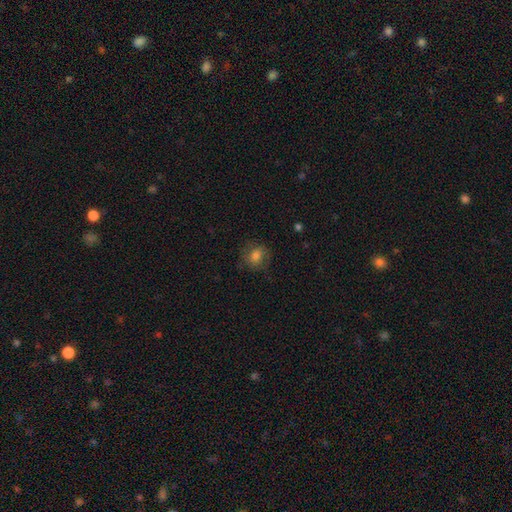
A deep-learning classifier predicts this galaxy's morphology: A smooth galaxy with no disk features (76%) that is round (67%).

Vote fractions:
- Smooth or featured? smooth: 76% / featured or disk: 13% / star or artifact: 11%
- How rounded? round: 67% / in between: 32% / cigar-shaped: 1%
- Merging? none: 74% / minor disturbance: 17% / major disturbance: 8% / merger: 1%